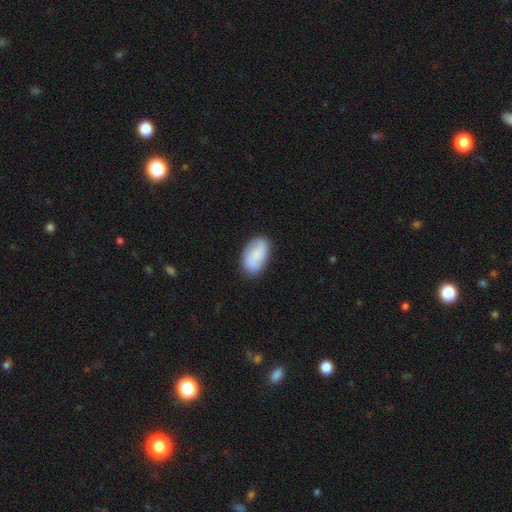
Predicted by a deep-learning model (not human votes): Overall: smooth (70%). How rounded: in between (92%). Merging: none (79%).